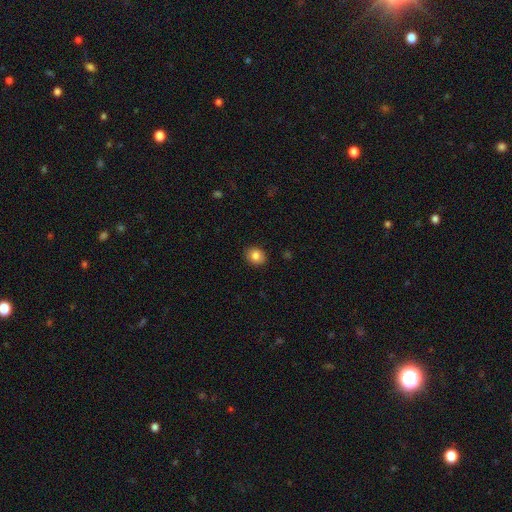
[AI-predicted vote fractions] Smooth or featured: smooth — 84% (star or artifact — 9%)
How rounded: round — 65% (in between — 34%)
Merging: none — 90% (minor disturbance — 7%)